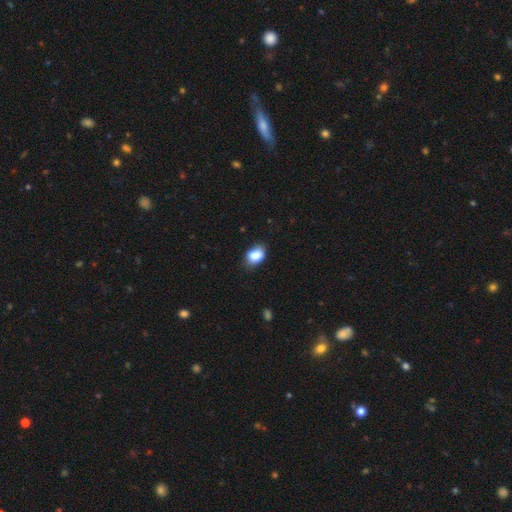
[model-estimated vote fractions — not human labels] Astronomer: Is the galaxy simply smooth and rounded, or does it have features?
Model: smooth — 85%.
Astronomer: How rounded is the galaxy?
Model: in between — 79%.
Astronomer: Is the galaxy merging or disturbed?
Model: none — 74%.